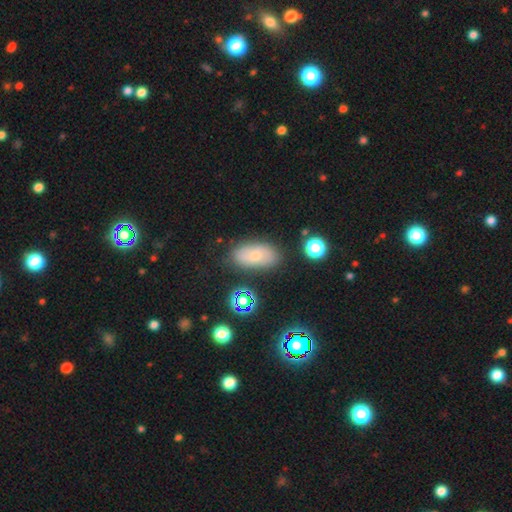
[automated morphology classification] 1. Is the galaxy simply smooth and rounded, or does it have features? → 63% smooth, 25% featured or disk, 12% star or artifact.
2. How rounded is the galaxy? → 90% in between, 6% round, 3% cigar-shaped.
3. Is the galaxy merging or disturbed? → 78% none, 15% minor disturbance, 4% major disturbance, 4% merger.